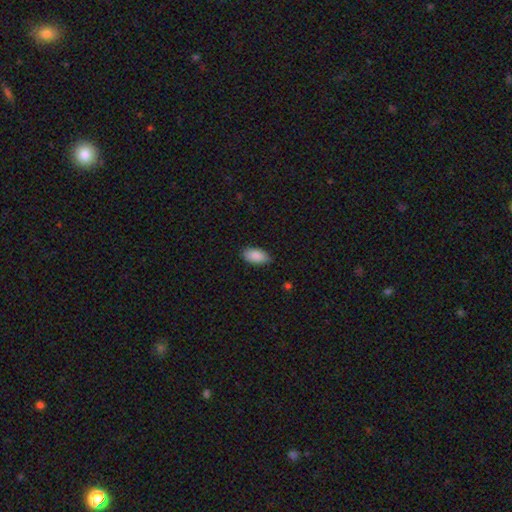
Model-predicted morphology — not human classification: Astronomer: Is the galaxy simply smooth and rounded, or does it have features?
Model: smooth — 89%.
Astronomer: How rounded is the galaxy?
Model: in between — 94%.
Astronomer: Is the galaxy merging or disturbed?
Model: none — 83%.